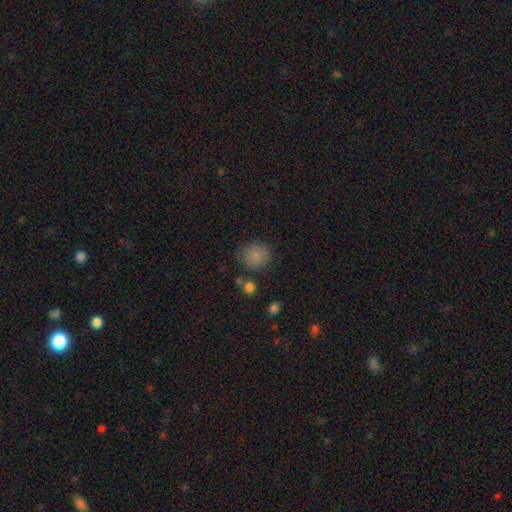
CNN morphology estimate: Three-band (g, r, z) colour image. It shows a smooth galaxy with no disk features (83%) that is round (83%). Merging: none (76%).